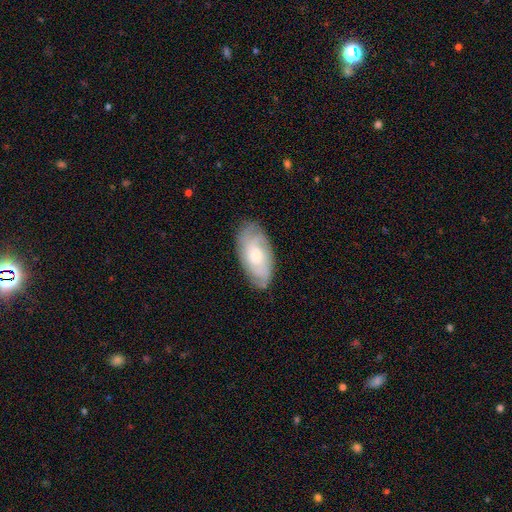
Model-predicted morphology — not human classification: The model was most divided on "bulge size": moderate: 50%, small: 44%, large: 4%, none: 2%, dominant: 1%. More confident: edge-on disk — no (91%); spiral arms — yes (81%); merging — none (77%); bar — no (74%); smooth or featured — featured or disk (58%).